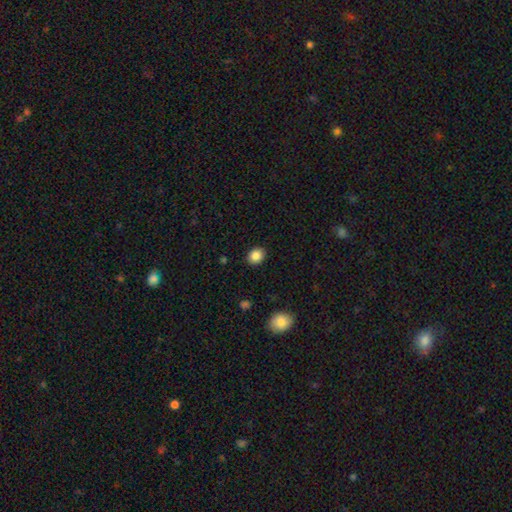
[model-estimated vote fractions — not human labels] Smooth or featured?
  - smooth: 87% *
  - star or artifact: 9%
  - featured or disk: 4%
How rounded?
  - round: 57% *
  - in between: 43%
  - cigar-shaped: 1%
Merging?
  - none: 89% *
  - minor disturbance: 8%
  - major disturbance: 2%
  - merger: 1%